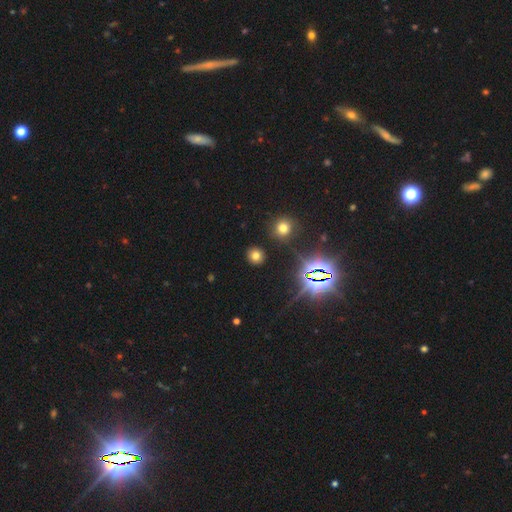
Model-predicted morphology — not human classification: This is likely a smooth galaxy (66%). How rounded: clearly round (86%). Merging: clearly none (89%).